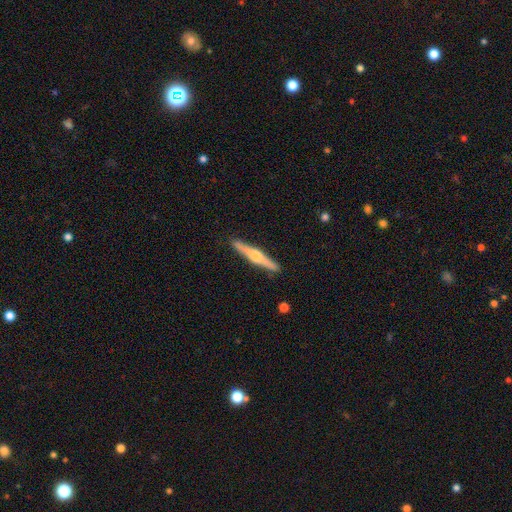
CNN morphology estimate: A featured or disk galaxy (70%) viewed edge-on (98%) with a rounded central bulge (93%). Merging: none (91%).